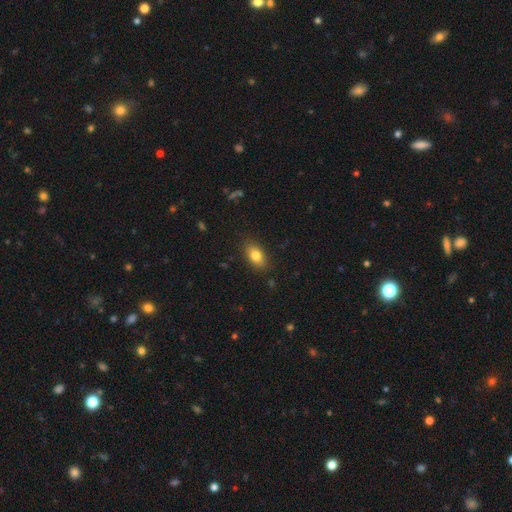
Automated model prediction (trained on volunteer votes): Smooth or featured? Predicted: smooth (p=0.81). How rounded? Predicted: in between (p=0.88). Merging? Predicted: none (p=0.86).